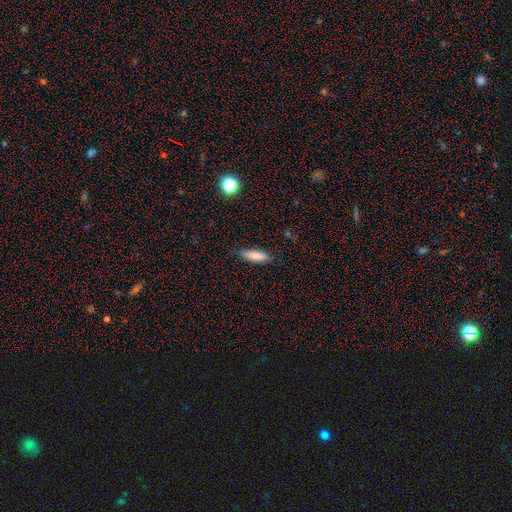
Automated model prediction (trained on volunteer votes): A smooth galaxy with no disk features (81%) that is cigar-shaped (62%).

Vote fractions:
- Smooth or featured? smooth: 81% / featured or disk: 12% / star or artifact: 7%
- How rounded? cigar-shaped: 62% / in between: 36% / round: 2%
- Merging? none: 85% / minor disturbance: 12% / major disturbance: 2% / merger: 1%